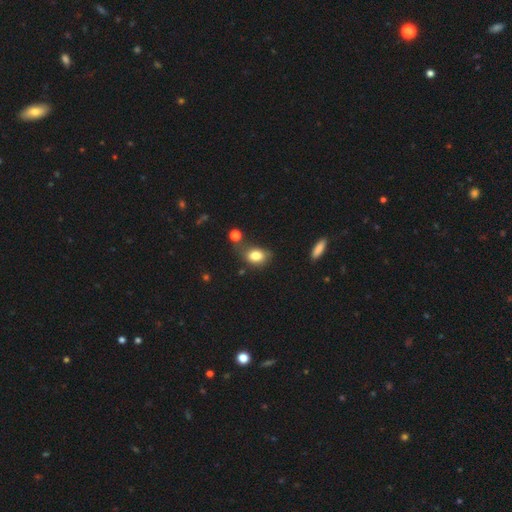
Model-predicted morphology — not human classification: This is clearly a smooth galaxy (82%). How rounded: likely in between (74%). Merging: possibly none (54%).